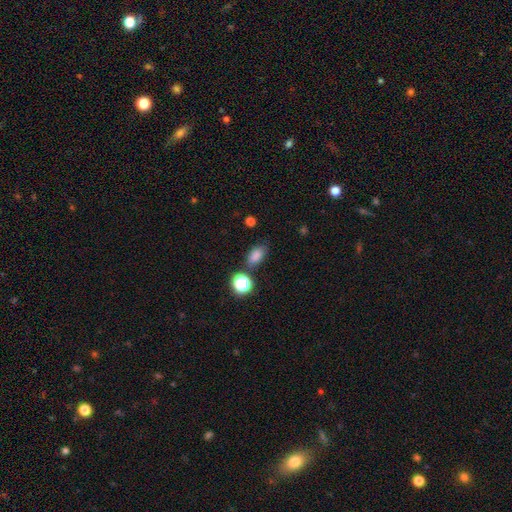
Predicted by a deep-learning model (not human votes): Smooth or featured: smooth — 80% (star or artifact — 14%)
How rounded: in between — 83% (round — 14%)
Merging: none — 74% (minor disturbance — 15%)